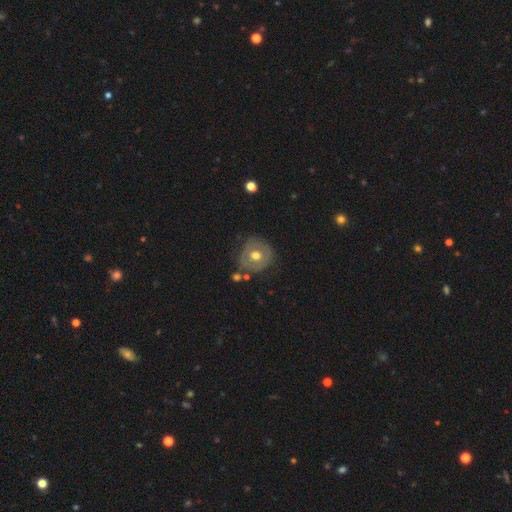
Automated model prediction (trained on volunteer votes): smooth 48%, featured or disk 45%, star or artifact 7%. Down the decision tree: merging — none (74%).